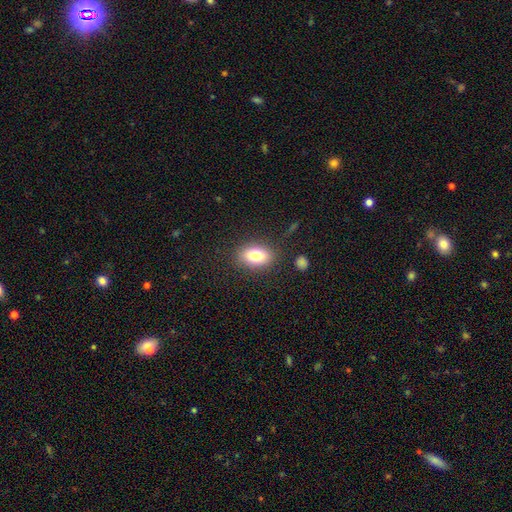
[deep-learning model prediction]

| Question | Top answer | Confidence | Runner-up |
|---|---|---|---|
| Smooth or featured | smooth | 80% | featured or disk (11%) |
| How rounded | in between | 84% | round (14%) |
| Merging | none | 84% | minor disturbance (10%) |